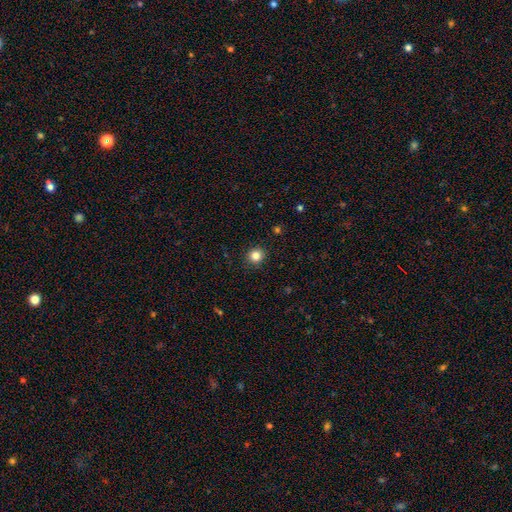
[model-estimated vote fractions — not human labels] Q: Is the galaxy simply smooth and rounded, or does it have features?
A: smooth — 84%.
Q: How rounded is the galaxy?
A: round — 91%.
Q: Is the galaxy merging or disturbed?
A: none — 91%.